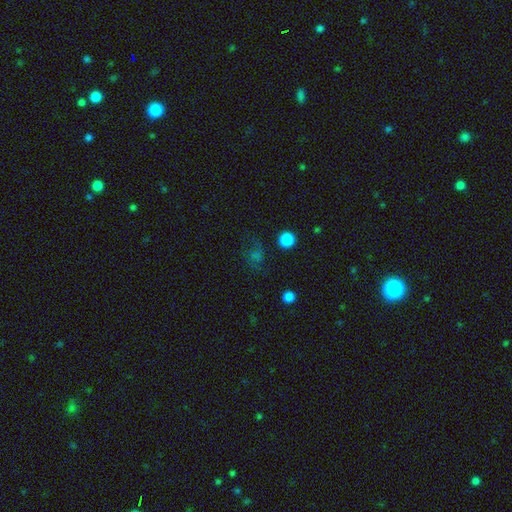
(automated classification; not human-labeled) A smooth galaxy with no disk features (46%).

Vote fractions:
- Smooth or featured? smooth: 46% / star or artifact: 34% / featured or disk: 19%
- Merging? none: 63% / minor disturbance: 18% / major disturbance: 16% / merger: 3%